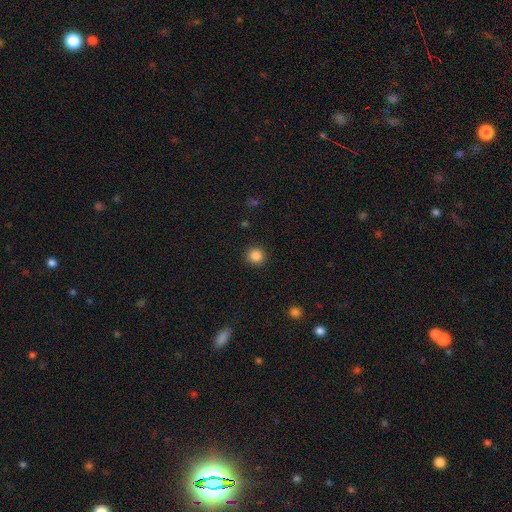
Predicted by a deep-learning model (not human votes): Q: Smooth or featured?
A: smooth (86%); runner-up: star or artifact (11%)
Q: How rounded?
A: round (94%); runner-up: in between (5%)
Q: Merging?
A: none (91%); runner-up: minor disturbance (5%)